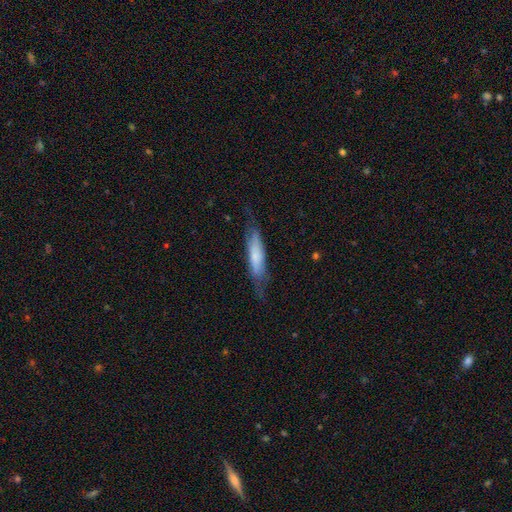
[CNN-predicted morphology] Overall: smooth (57%; featured or disk 37%). How rounded: cigar-shaped (74%). Merging: none (65%).